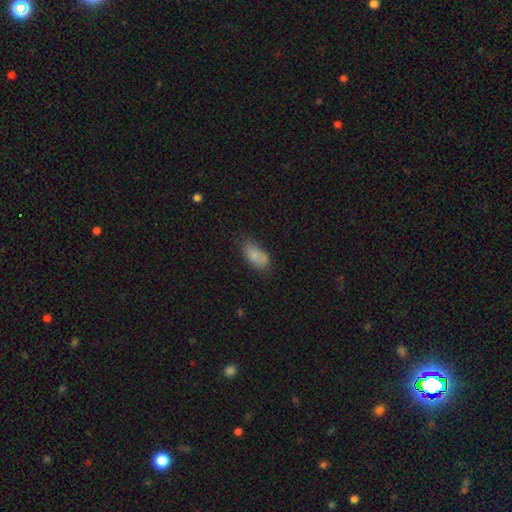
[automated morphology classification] Q: Smooth or featured?
A: smooth (78%); runner-up: featured or disk (14%)
Q: How rounded?
A: in between (92%); runner-up: round (5%)
Q: Merging?
A: none (58%); runner-up: minor disturbance (27%)